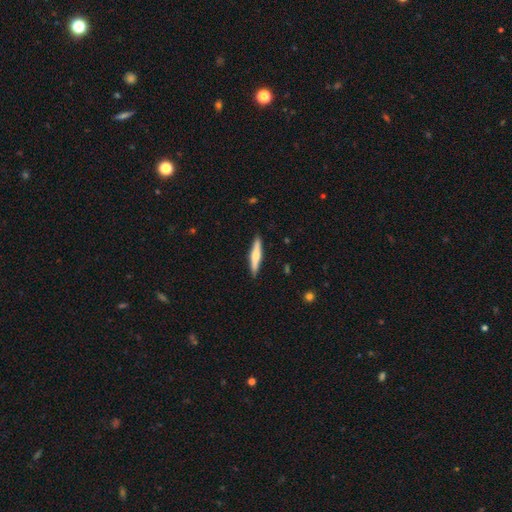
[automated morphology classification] A smooth galaxy with no disk features (49%). Merging: none (90%).